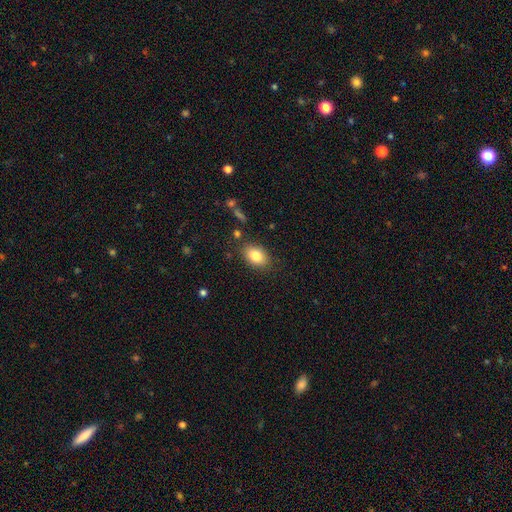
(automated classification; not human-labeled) Morphology: type=smooth (82%); roundness=in between (82%); merging=none (83%).